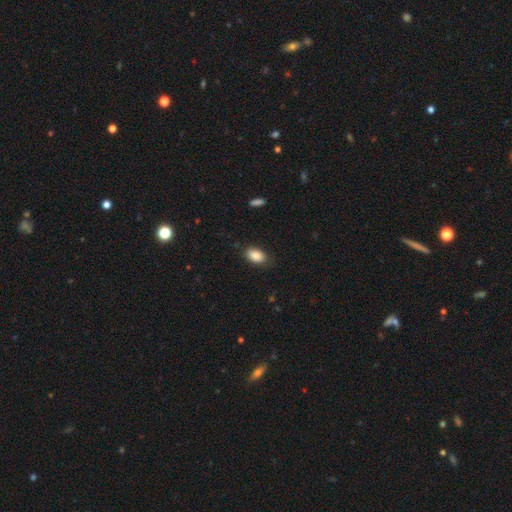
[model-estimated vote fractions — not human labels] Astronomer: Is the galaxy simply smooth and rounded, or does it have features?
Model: smooth — 88%.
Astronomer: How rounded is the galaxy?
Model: in between — 89%.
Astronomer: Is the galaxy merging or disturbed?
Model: none — 83%.